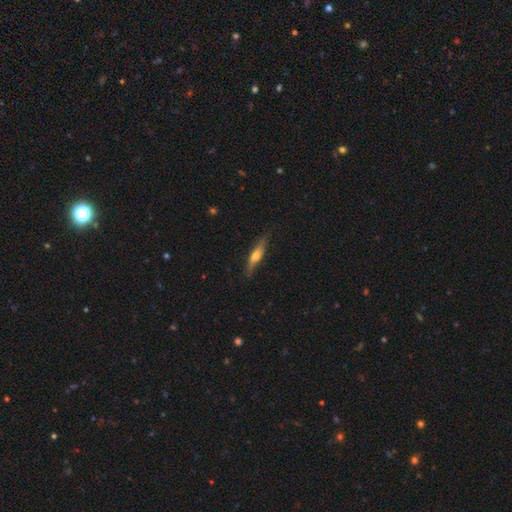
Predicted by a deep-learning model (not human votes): The model was most divided on "smooth or featured": featured or disk: 50%, smooth: 44%, star or artifact: 6%. More confident: merging — none (80%).